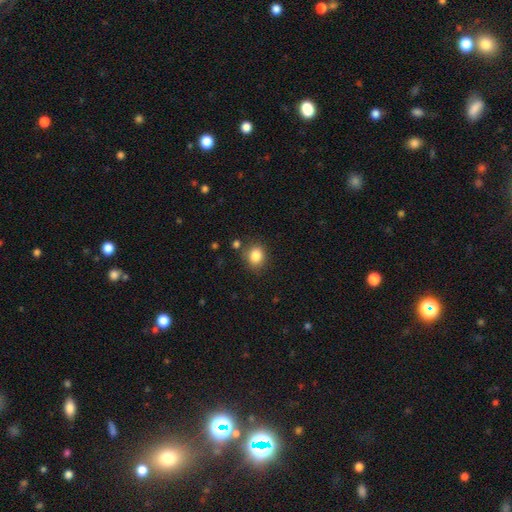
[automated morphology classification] The model was most divided on "how rounded": round: 64%, in between: 35%, cigar-shaped: 1%. More confident: smooth or featured — smooth (84%); merging — none (79%).